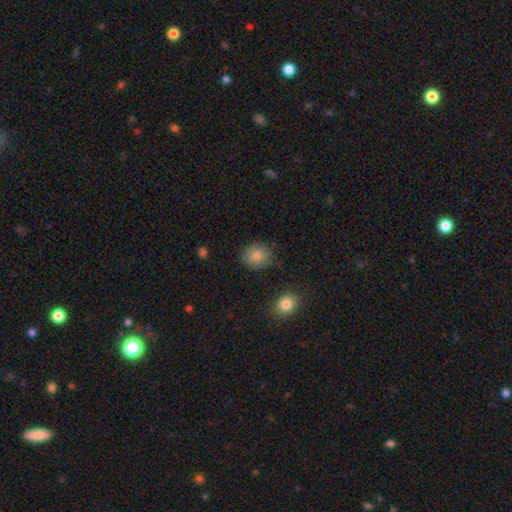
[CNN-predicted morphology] smooth_or_featured: smooth (p=0.82) [alt: star or artifact p=0.11]
how_rounded: round (p=0.76) [alt: in between p=0.24]
merging: none (p=0.85) [alt: minor disturbance p=0.11]